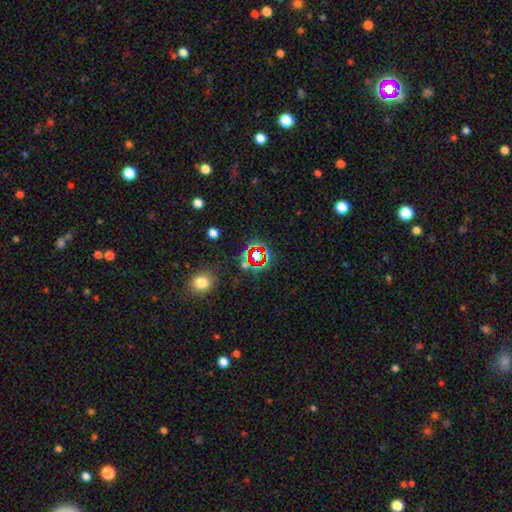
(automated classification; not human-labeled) A star or artifact, not a galaxy (67%).